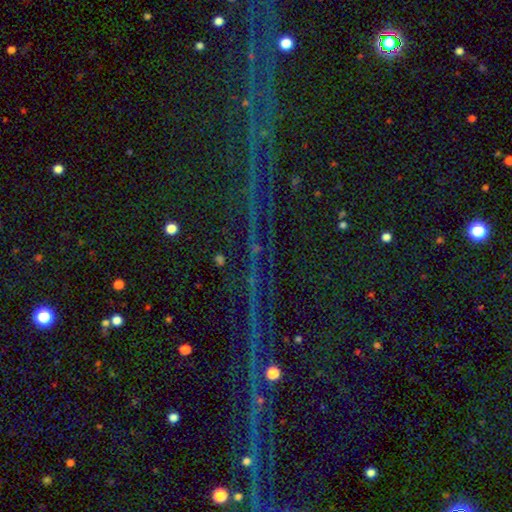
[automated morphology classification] This appears to be a star or artifact, not a galaxy (84%).